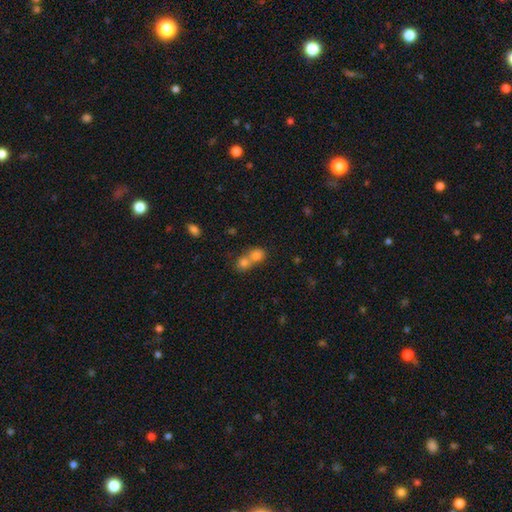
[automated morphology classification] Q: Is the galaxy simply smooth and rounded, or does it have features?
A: smooth — 76%.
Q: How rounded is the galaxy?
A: round — 58%.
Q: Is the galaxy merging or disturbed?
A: merger — 70%.